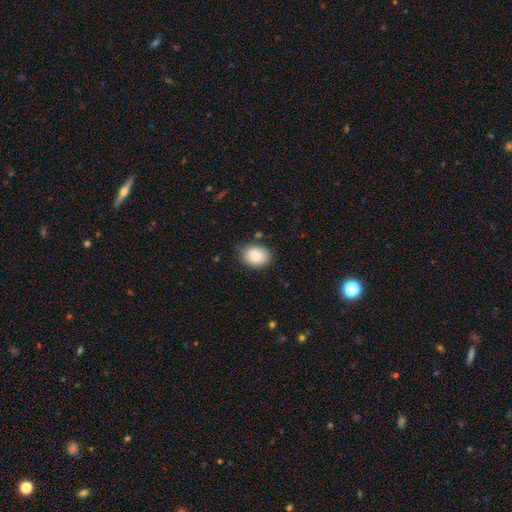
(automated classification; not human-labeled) The model was most divided on "how rounded": in between: 56%, round: 43%, cigar-shaped: 1%. More confident: smooth or featured — smooth (86%); merging — none (82%).